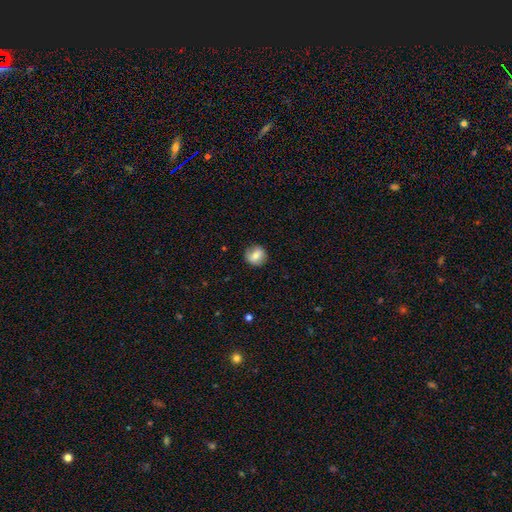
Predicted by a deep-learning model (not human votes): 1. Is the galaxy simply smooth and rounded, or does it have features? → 75% smooth, 16% featured or disk, 9% star or artifact.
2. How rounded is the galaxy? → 84% round, 15% in between, 1% cigar-shaped.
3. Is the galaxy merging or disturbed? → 81% none, 15% minor disturbance, 4% major disturbance, 1% merger.